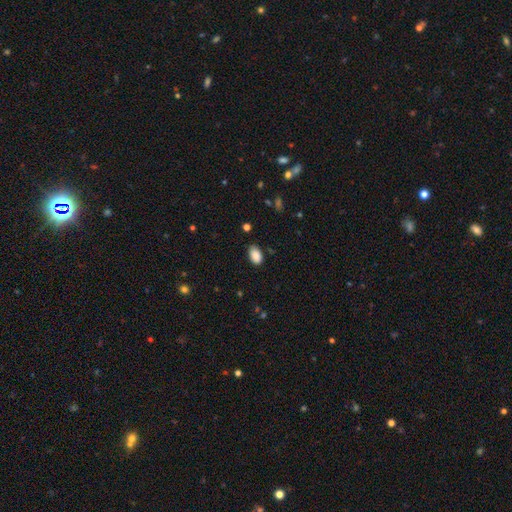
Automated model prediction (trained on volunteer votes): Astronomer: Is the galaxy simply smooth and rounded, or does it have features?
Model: smooth — 88%.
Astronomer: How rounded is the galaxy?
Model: in between — 92%.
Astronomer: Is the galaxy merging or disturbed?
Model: none — 80%.